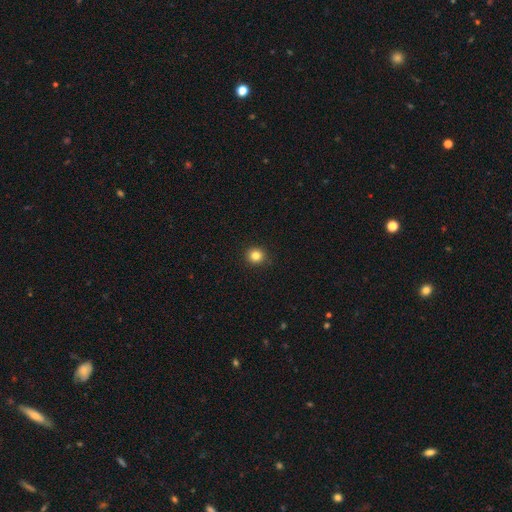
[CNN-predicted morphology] A smooth galaxy with no disk features (83%) that is round (91%).

Vote fractions:
- Smooth or featured? smooth: 83% / star or artifact: 12% / featured or disk: 5%
- How rounded? round: 91% / in between: 8% / cigar-shaped: 1%
- Merging? none: 92% / minor disturbance: 5% / major disturbance: 2% / merger: 1%